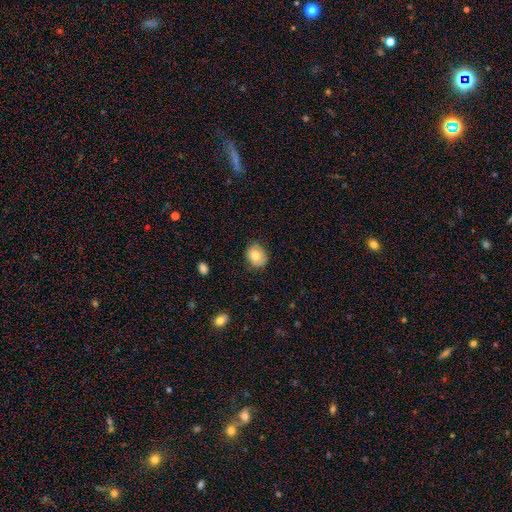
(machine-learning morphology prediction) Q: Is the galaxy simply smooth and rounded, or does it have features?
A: smooth — 75%.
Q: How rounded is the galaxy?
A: round — 53%.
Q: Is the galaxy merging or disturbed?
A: none — 77%.